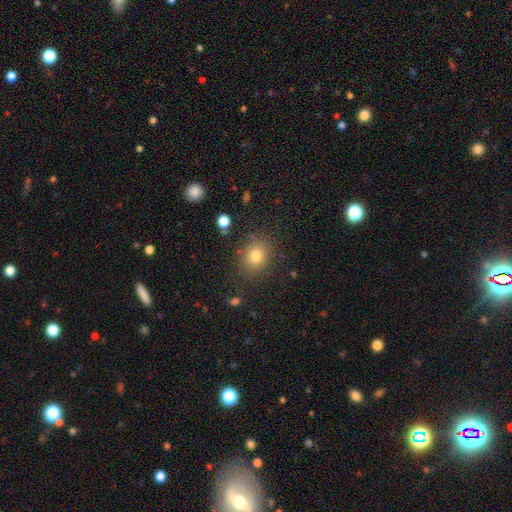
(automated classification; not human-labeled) Morphology: type=smooth (78%); roundness=round (72%); merging=none (84%).